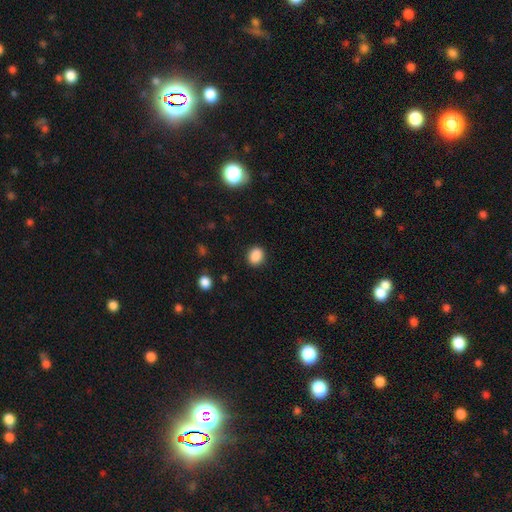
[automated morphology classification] Overall: smooth (87%). How rounded: round (56%; in between 43%). Merging: none (88%).